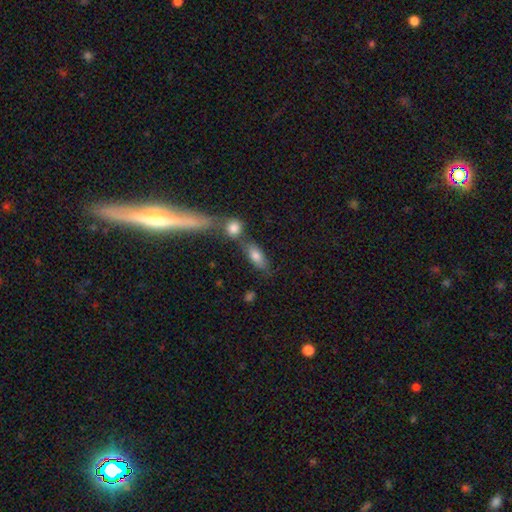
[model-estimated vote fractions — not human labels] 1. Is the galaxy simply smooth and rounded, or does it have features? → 77% smooth, 15% featured or disk, 9% star or artifact.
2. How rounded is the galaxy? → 75% in between, 18% cigar-shaped, 7% round.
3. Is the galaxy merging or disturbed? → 51% none, 29% merger, 13% minor disturbance, 6% major disturbance.